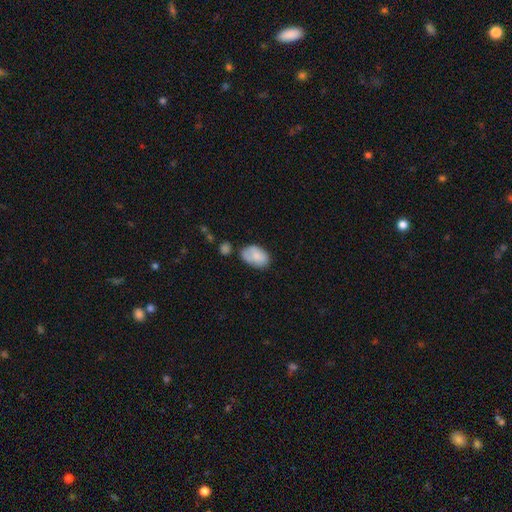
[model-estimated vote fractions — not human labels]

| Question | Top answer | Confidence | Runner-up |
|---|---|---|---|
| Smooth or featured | smooth | 78% | featured or disk (14%) |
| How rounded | in between | 89% | round (10%) |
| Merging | none | 55% | minor disturbance (28%) |